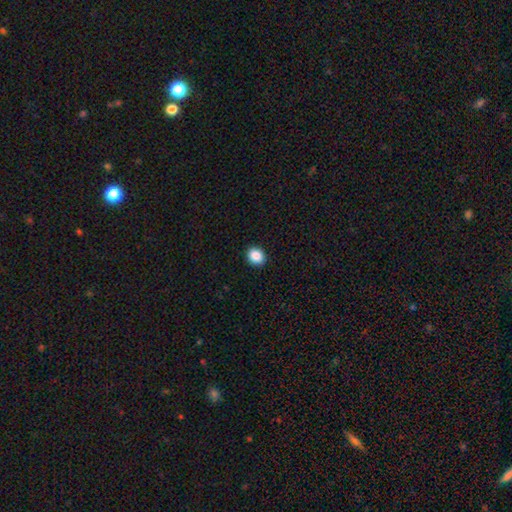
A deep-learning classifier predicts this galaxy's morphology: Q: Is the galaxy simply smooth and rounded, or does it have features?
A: smooth — 87%.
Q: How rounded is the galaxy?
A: round — 59%.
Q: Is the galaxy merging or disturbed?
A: none — 92%.